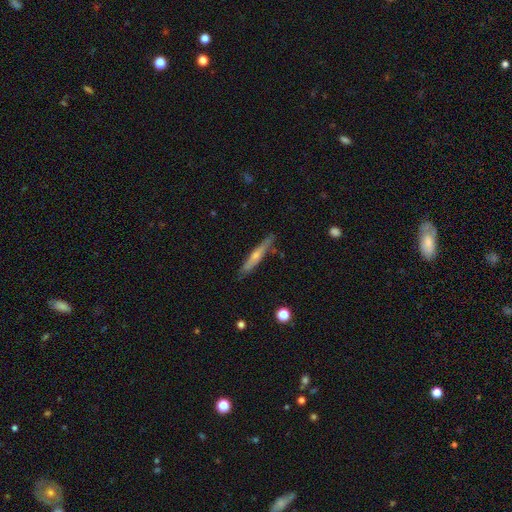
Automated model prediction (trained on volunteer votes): The model was most divided on "smooth or featured": featured or disk: 56%, smooth: 38%, star or artifact: 6%. More confident: edge-on disk — yes (93%); merging — none (84%); edge-on bulge — rounded (70%).